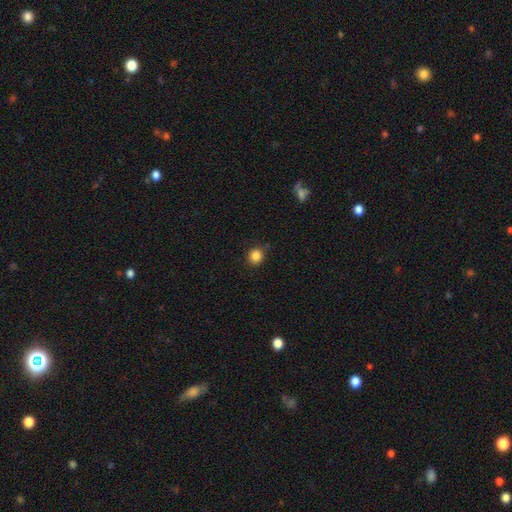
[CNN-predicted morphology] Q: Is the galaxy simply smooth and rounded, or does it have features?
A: smooth — 85%.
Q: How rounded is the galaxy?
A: round — 85%.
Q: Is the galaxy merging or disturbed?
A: none — 87%.